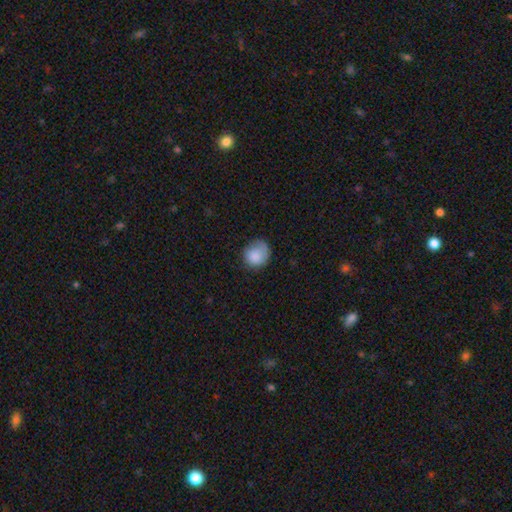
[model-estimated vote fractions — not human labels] smooth-or-featured: smooth: 84% | featured or disk: 9% | star or artifact: 7%
  how-rounded: round: 79% | in between: 21% | cigar-shaped: 1%
  merging: none: 63% | minor disturbance: 25% | major disturbance: 10% | merger: 1%